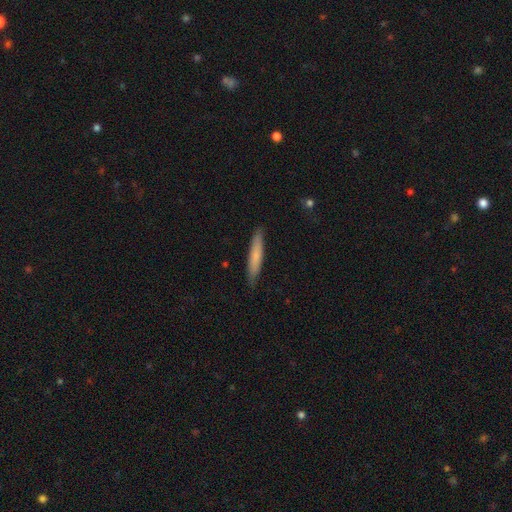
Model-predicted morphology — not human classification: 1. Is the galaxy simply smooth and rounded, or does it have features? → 73% smooth, 22% featured or disk, 5% star or artifact.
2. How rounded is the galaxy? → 93% cigar-shaped, 6% in between, 1% round.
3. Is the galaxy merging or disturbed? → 88% none, 9% minor disturbance, 2% major disturbance, 1% merger.